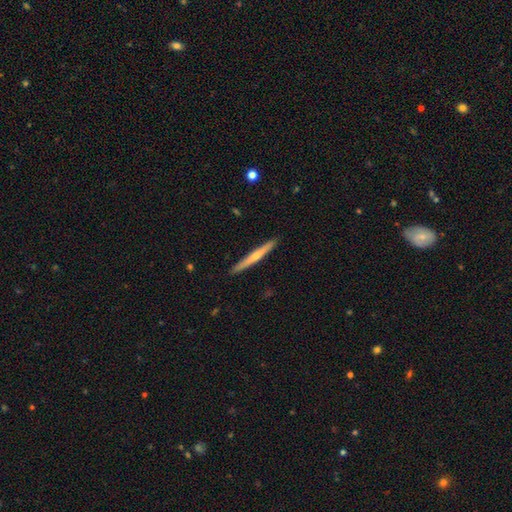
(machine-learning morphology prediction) The model was most divided on "smooth or featured": featured or disk: 61%, smooth: 33%, star or artifact: 6%. More confident: edge-on disk — yes (97%); merging — none (91%); edge-on bulge — rounded (70%).